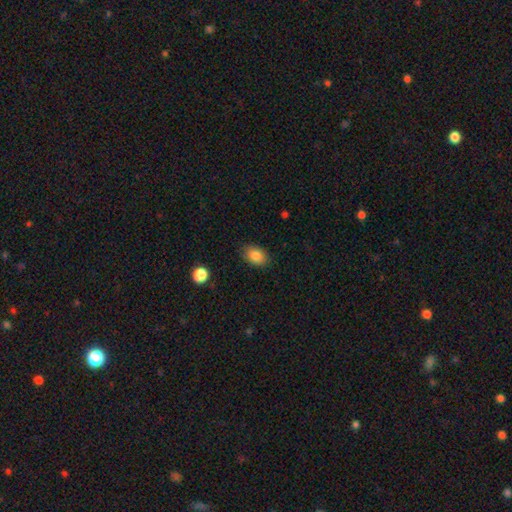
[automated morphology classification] smooth-or-featured: smooth: 85% | star or artifact: 8% | featured or disk: 7%
  how-rounded: in between: 81% | round: 18% | cigar-shaped: 1%
  merging: none: 83% | minor disturbance: 13% | major disturbance: 3% | merger: 1%